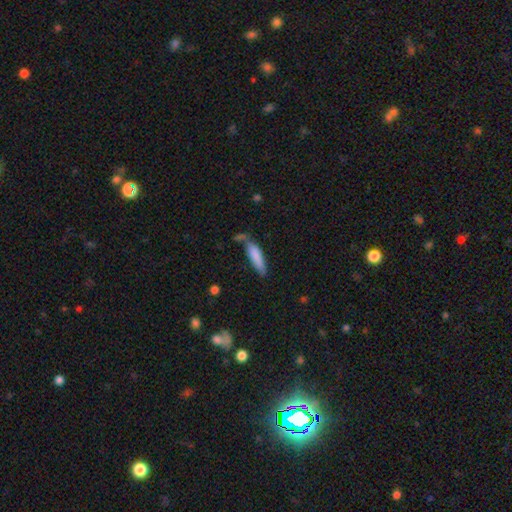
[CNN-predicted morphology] smooth_or_featured: smooth (p=0.81) [alt: featured or disk p=0.13]
how_rounded: cigar-shaped (p=0.68) [alt: in between p=0.30]
merging: none (p=0.50) [alt: minor disturbance p=0.25]